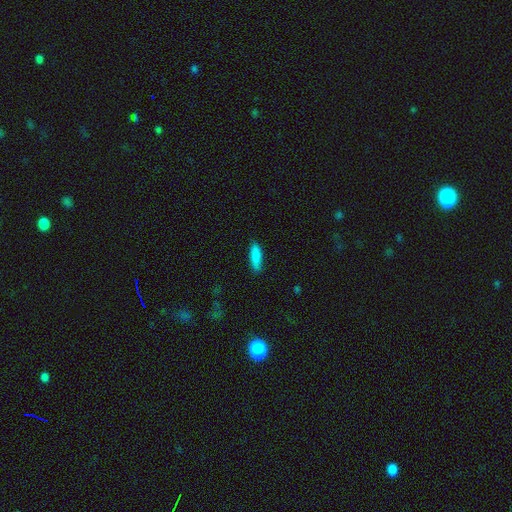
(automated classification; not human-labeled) A smooth galaxy with no disk features (87%) that is cigar-shaped (61%).

Vote fractions:
- Smooth or featured? smooth: 87% / featured or disk: 7% / star or artifact: 6%
- How rounded? cigar-shaped: 61% / in between: 38% / round: 2%
- Merging? none: 86% / minor disturbance: 11% / major disturbance: 2% / merger: 1%